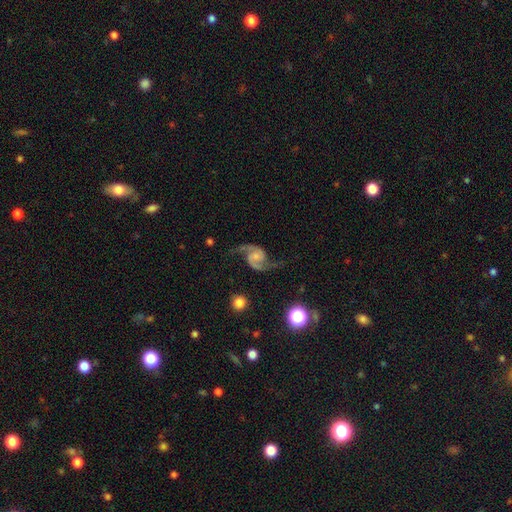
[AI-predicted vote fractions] Smooth or featured?
  - featured or disk: 91% *
  - star or artifact: 5%
  - smooth: 4%
Edge-on disk?
  - no: 98% *
  - yes: 2%
Bar?
  - no: 56% *
  - weak: 36%
  - strong: 9%
Spiral arms?
  - yes: 98% *
  - no: 2%
Spiral winding?
  - loose: 55% *
  - medium: 38%
  - tight: 7%
Spiral arm count?
  - 2: 94% *
  - 1: 1%
  - can't tell: 1%
  - 3: 1%
  - 4: 1%
  - more than 4: 1%
Bulge size?
  - small: 46% *
  - moderate: 26%
  - none: 21%
  - large: 5%
  - dominant: 2%
Merging?
  - none: 74% *
  - minor disturbance: 15%
  - major disturbance: 9%
  - merger: 2%